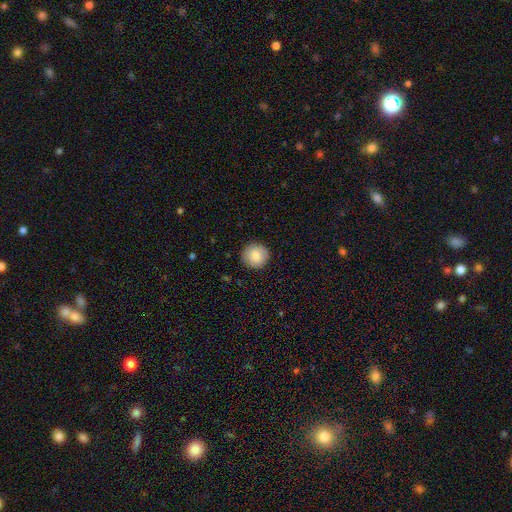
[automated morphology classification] smooth 83%, featured or disk 9%, star or artifact 8%. Down the decision tree: how rounded — round (94%); merging — none (90%).